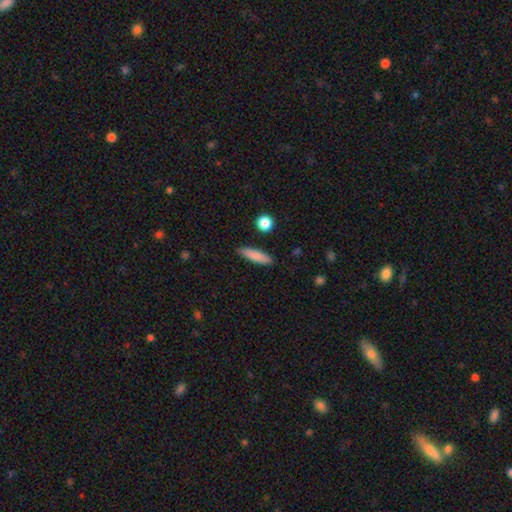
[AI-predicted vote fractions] The model was most divided on "how rounded": cigar-shaped: 72%, in between: 26%, round: 2%. More confident: merging — none (88%); smooth or featured — smooth (83%).